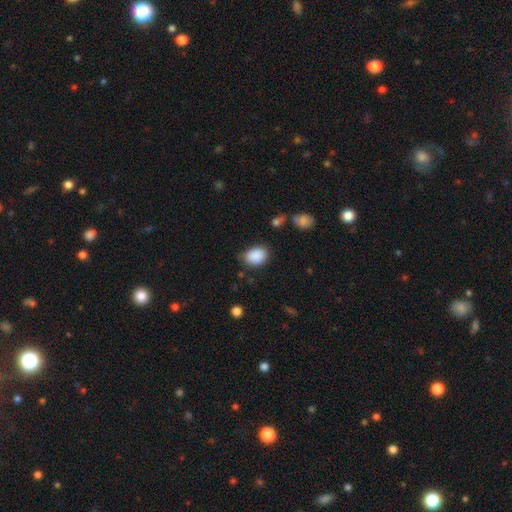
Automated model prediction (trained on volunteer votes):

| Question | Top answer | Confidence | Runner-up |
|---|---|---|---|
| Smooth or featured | smooth | 89% | star or artifact (8%) |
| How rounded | in between | 74% | round (24%) |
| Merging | none | 75% | minor disturbance (18%) |